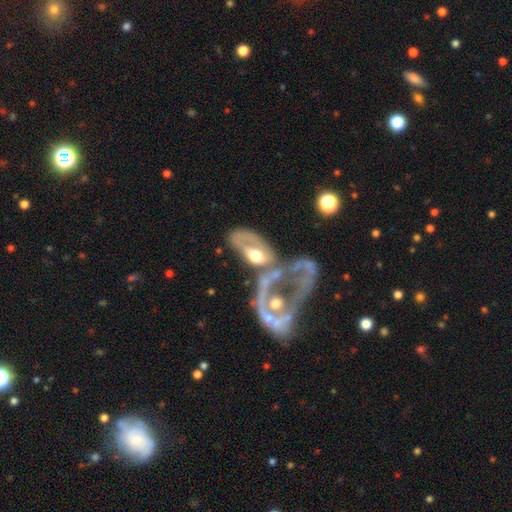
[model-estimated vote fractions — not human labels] Morphology: type=featured or disk (63%); edge-on=no (92%); bar=no (79%); spiral arms=no (70%); bulge=moderate (61%); merging=merger (46%).